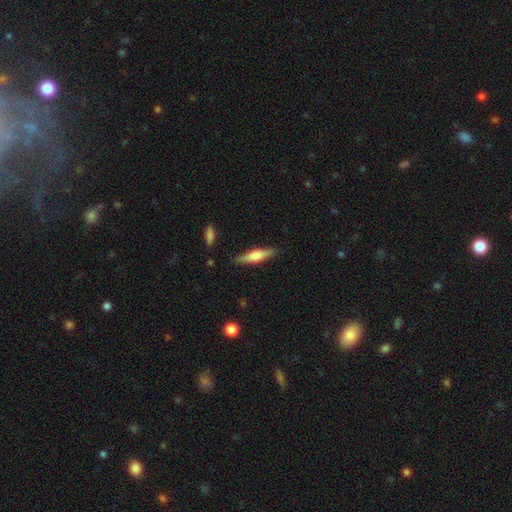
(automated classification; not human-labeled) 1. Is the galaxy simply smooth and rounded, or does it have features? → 54% featured or disk, 40% smooth, 6% star or artifact.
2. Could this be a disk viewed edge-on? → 96% yes, 4% no.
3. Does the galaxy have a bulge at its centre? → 82% rounded, 14% boxy, 5% none.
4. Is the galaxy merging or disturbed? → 87% none, 9% minor disturbance, 2% major disturbance, 2% merger.